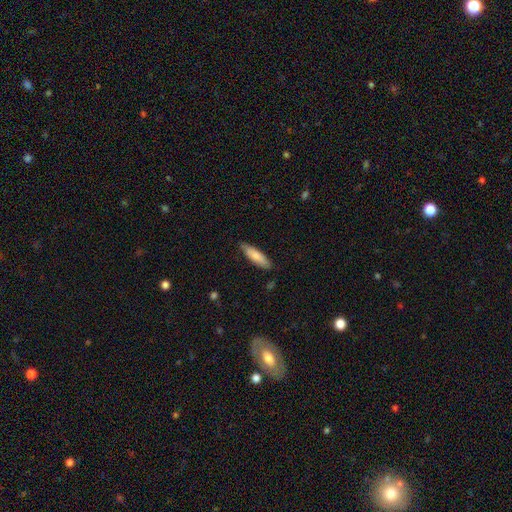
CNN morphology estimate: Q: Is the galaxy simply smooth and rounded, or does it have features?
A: smooth — 80%.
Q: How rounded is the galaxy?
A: cigar-shaped — 63%.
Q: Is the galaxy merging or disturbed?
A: none — 81%.